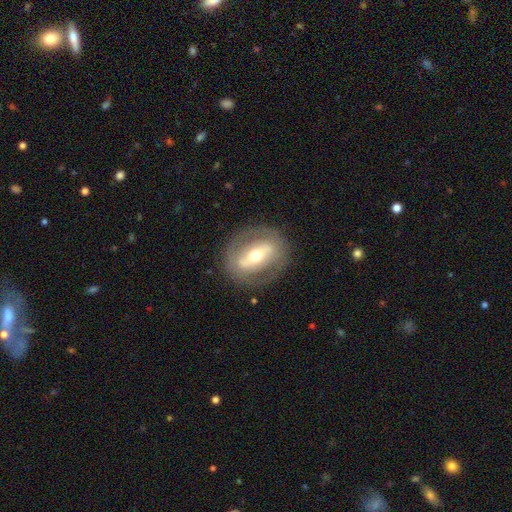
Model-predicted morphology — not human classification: Smooth or featured: featured or disk — 68% (smooth — 26%)
Edge-on disk: no — 86% (yes — 14%)
Bar: strong — 58% (weak — 23%)
Spiral arms: no — 67% (yes — 33%)
Bulge size: moderate — 62% (small — 28%)
Merging: none — 81% (minor disturbance — 12%)